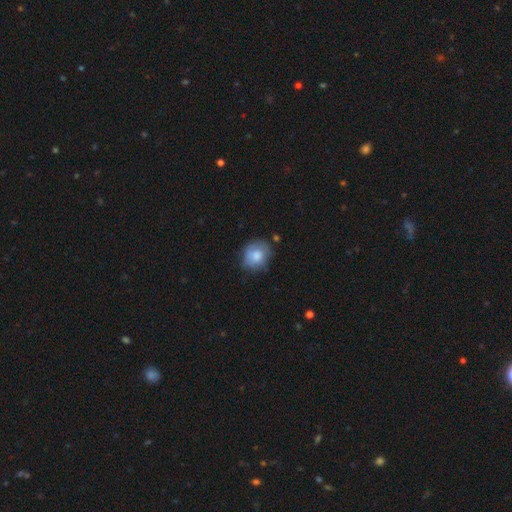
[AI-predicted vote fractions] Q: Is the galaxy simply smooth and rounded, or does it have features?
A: smooth — 76%.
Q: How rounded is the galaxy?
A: round — 68%.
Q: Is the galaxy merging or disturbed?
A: none — 66%.